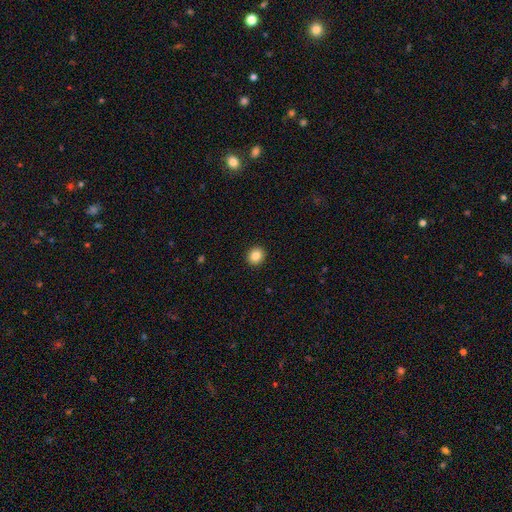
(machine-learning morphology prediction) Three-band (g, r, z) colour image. It shows a smooth galaxy with no disk features (86%) that is round (79%). Merging: none (92%).